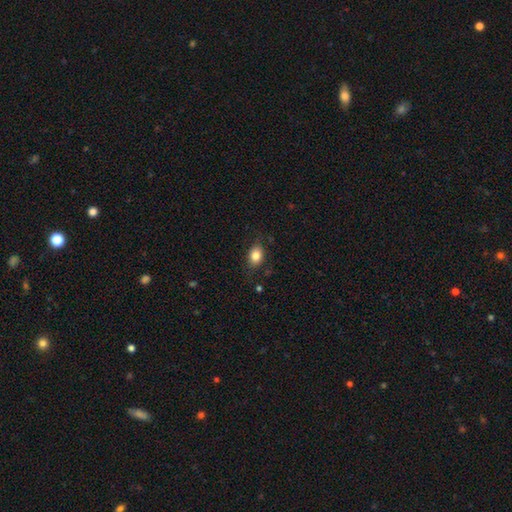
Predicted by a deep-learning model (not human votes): smooth_or_featured: smooth (p=0.83) [alt: star or artifact p=0.09]
how_rounded: in between (p=0.73) [alt: round p=0.25]
merging: none (p=0.79) [alt: minor disturbance p=0.15]